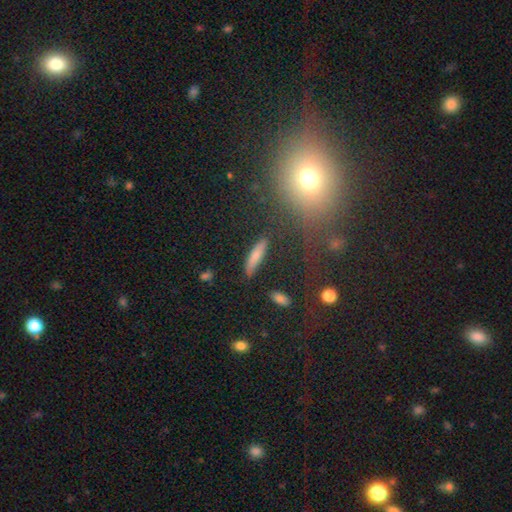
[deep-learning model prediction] Smooth or featured?
  - smooth: 74% *
  - featured or disk: 18%
  - star or artifact: 8%
How rounded?
  - cigar-shaped: 82% *
  - in between: 16%
  - round: 2%
Merging?
  - none: 83% *
  - minor disturbance: 11%
  - major disturbance: 3%
  - merger: 3%